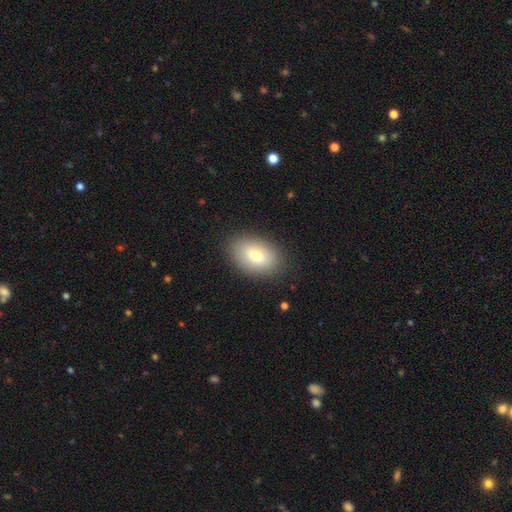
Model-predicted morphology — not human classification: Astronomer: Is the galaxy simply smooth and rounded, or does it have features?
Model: smooth — 76%.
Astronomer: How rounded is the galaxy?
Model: in between — 90%.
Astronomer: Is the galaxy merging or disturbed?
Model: none — 86%.